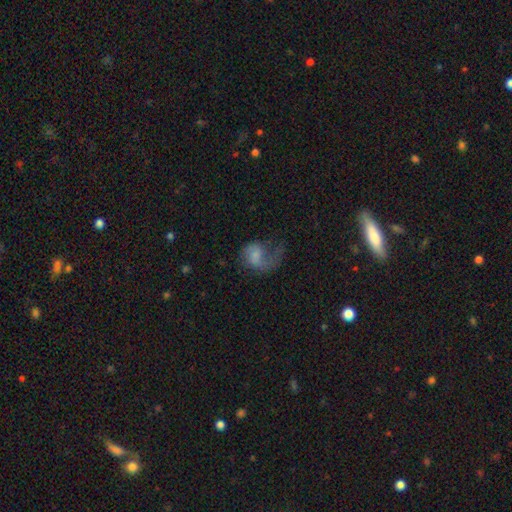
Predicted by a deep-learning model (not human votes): A featured or disk galaxy (50%). Merging: major disturbance (53%).